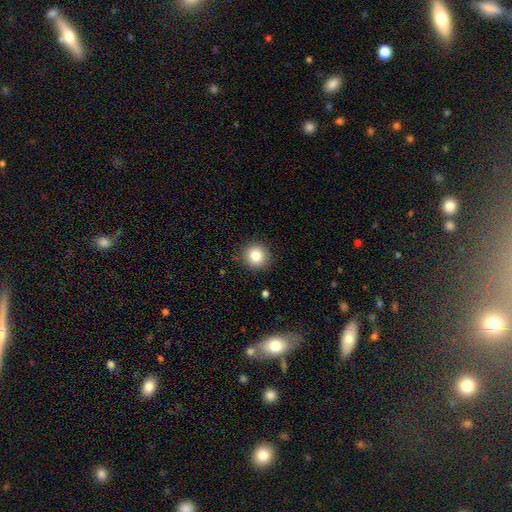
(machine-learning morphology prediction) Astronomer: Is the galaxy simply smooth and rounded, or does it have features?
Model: smooth — 83%.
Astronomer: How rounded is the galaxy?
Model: round — 94%.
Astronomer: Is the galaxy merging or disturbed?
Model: none — 90%.